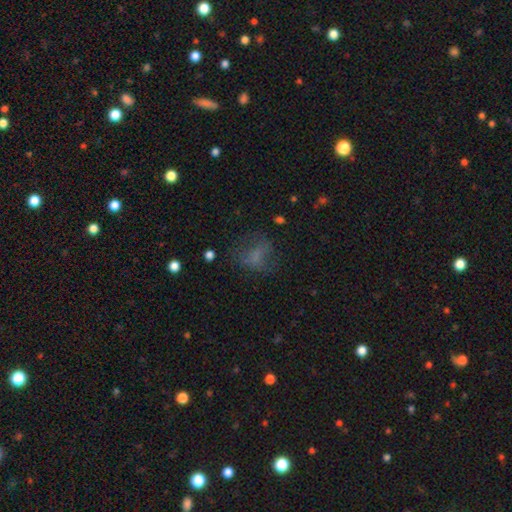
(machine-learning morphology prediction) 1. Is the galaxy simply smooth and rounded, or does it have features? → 57% smooth, 24% featured or disk, 19% star or artifact.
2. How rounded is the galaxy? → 58% in between, 38% round, 4% cigar-shaped.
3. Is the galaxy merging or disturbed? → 53% none, 24% major disturbance, 20% minor disturbance, 2% merger.